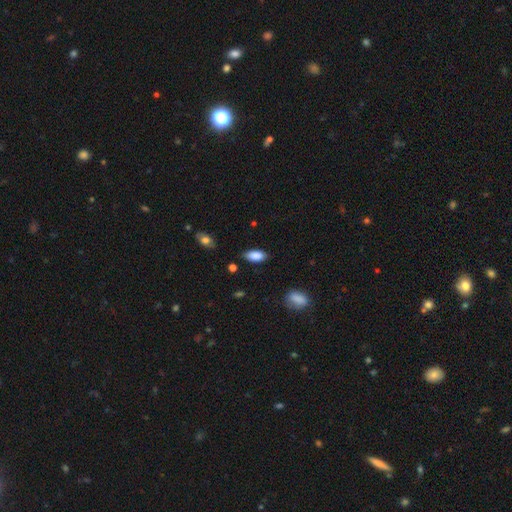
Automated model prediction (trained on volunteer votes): The model was most divided on "merging": none: 82%, minor disturbance: 14%, major disturbance: 3%, merger: 1%. More confident: how rounded — in between (91%); smooth or featured — smooth (87%).